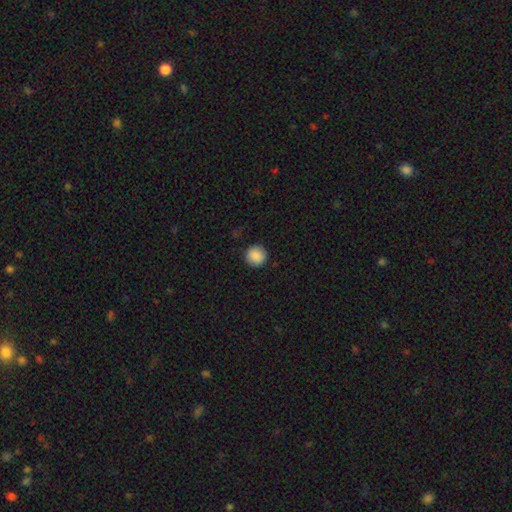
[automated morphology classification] smooth-or-featured: smooth: 89% | star or artifact: 8% | featured or disk: 3%
  how-rounded: round: 95% | in between: 4% | cigar-shaped: 1%
  merging: none: 91% | minor disturbance: 6% | major disturbance: 2% | merger: 1%